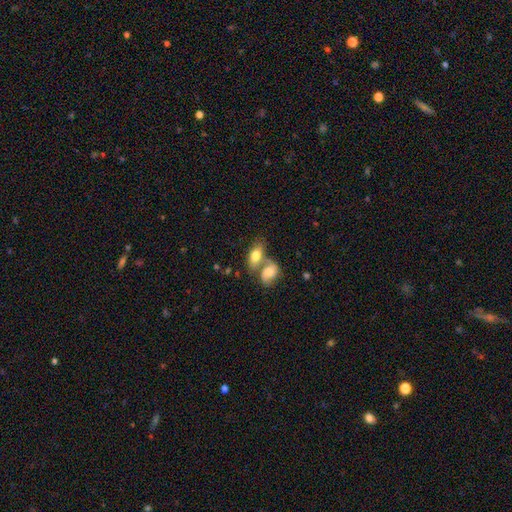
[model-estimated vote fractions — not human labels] This appears to be a smooth galaxy with no disk features (66%) that is in between round and cigar-shaped (84%). Merging: merger (57%).